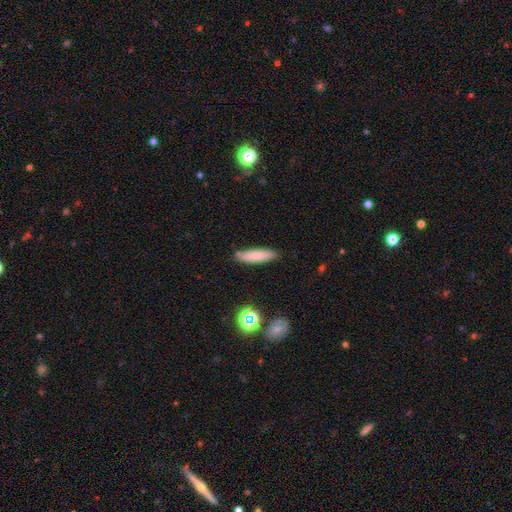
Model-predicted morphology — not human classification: Smooth or featured: smooth — 78% (featured or disk — 13%)
How rounded: cigar-shaped — 74% (in between — 25%)
Merging: none — 84% (minor disturbance — 11%)